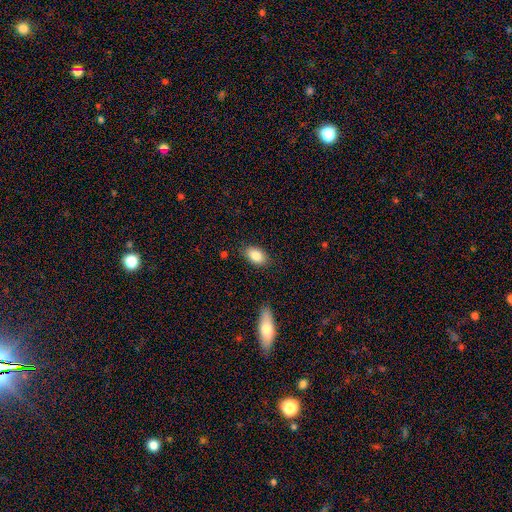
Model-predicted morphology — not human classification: type=smooth (85%); roundness=in between (90%); merging=none (83%).